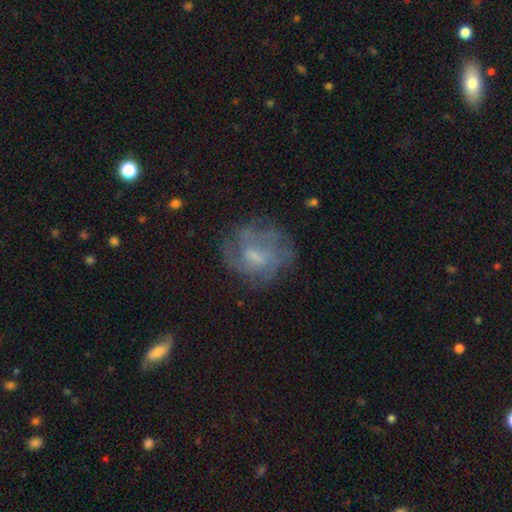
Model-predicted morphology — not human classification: This is likely a featured or disk galaxy (61%). It is clearly not viewed edge-on (97%). Bar: possibly no (49%). Spiral arm pattern: likely yes (65%). Central bulge: marginally small (42%). Merging: likely none (64%).